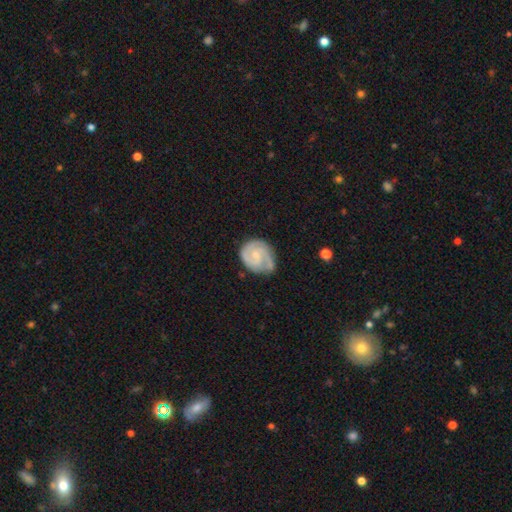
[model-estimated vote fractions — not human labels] Smooth or featured? featured or disk (84%)
Edge-on disk? no (98%)
Bar? no (62%)
Spiral arms? yes (97%)
Spiral winding? tight (62%)
Spiral arm count? 2 (63%)
Bulge size? small (67%)
Merging? none (65%)